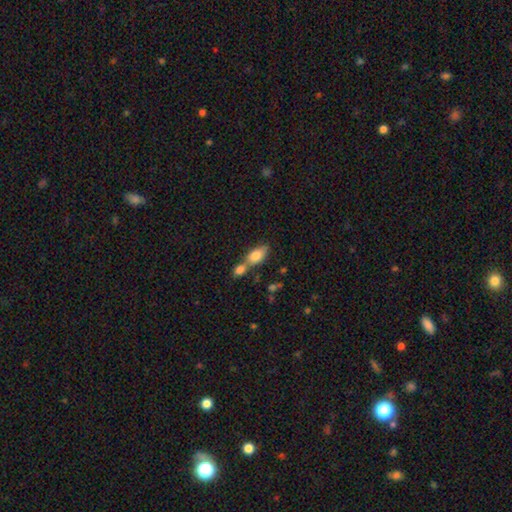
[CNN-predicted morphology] smooth 79%, featured or disk 14%, star or artifact 7%. Down the decision tree: how rounded — in between (85%); merging — merger (53%).